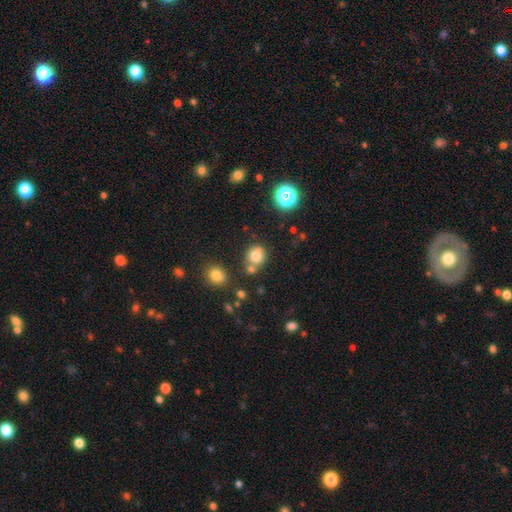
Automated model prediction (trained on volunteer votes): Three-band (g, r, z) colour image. It shows a smooth galaxy with no disk features (77%) that is round (76%). Merging: none (63%).